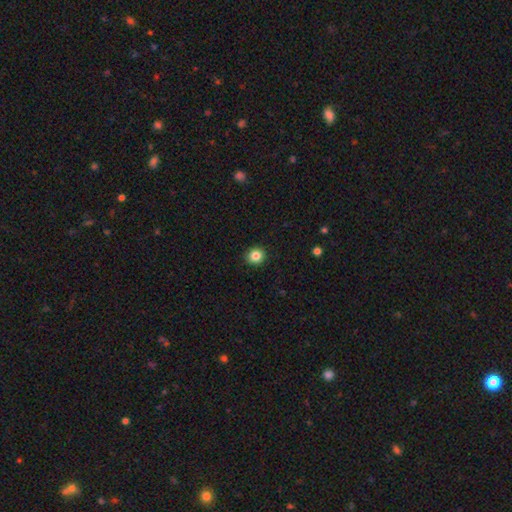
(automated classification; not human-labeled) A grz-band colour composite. It shows a smooth galaxy with no disk features (84%) that is round (90%). Merging: none (92%).